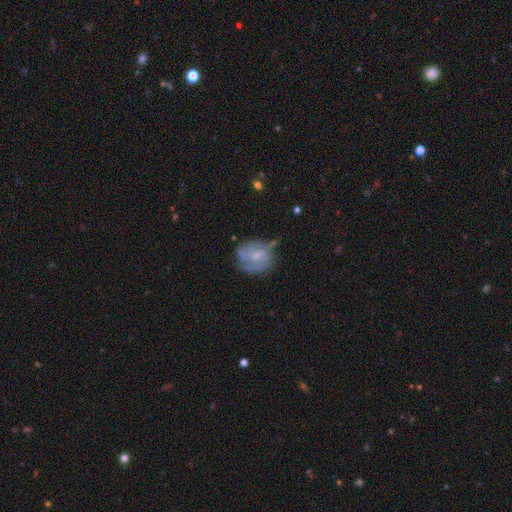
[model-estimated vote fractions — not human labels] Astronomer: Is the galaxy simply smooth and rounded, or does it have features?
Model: featured or disk — 65%.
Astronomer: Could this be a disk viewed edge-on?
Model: no — 97%.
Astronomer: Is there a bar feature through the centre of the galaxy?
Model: weak — 50% (runner-up: no, 41%).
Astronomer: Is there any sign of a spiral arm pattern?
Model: yes — 78%.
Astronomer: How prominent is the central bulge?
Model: small — 54%.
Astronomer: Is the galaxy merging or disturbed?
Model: none — 51% (runner-up: minor disturbance, 28%).